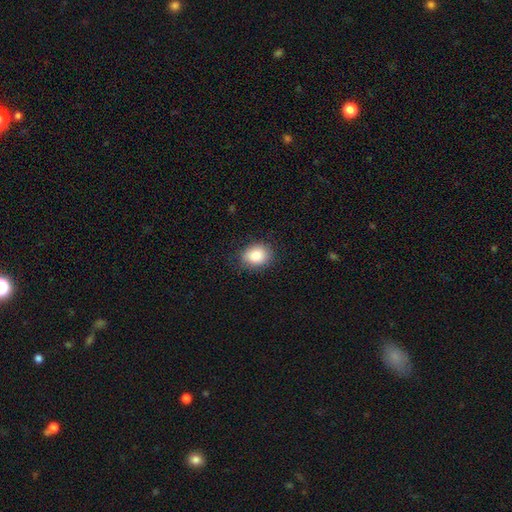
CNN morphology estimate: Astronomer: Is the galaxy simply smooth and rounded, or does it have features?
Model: smooth — 86%.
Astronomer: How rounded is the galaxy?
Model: in between — 51% (runner-up: round, 48%).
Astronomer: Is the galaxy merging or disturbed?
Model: none — 83%.